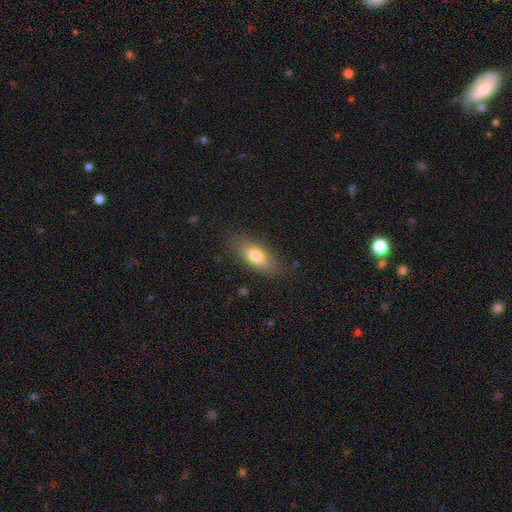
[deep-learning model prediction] smooth 75%, featured or disk 17%, star or artifact 7%. Down the decision tree: how rounded — in between (77%); merging — none (83%).